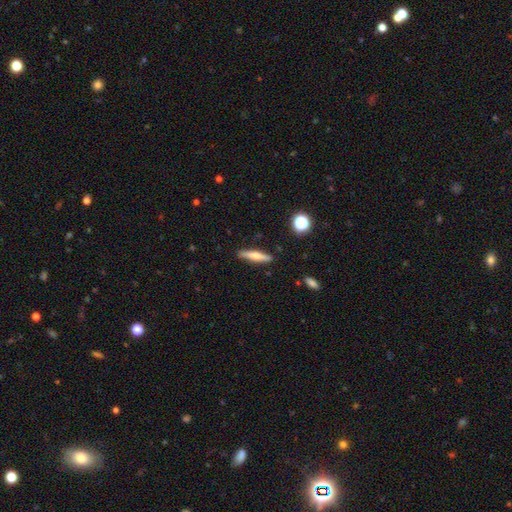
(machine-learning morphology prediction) This is possibly a smooth galaxy (48%). Merging: clearly none (89%).